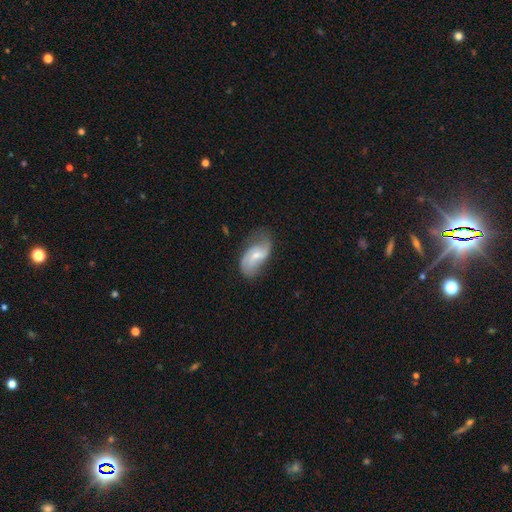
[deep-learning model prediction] A featured or disk galaxy (63%) with a weak bar (46%), 2 (80%) loose (56%) spiral arms (88%) and a small central bulge (54%). Merging: none (56%).